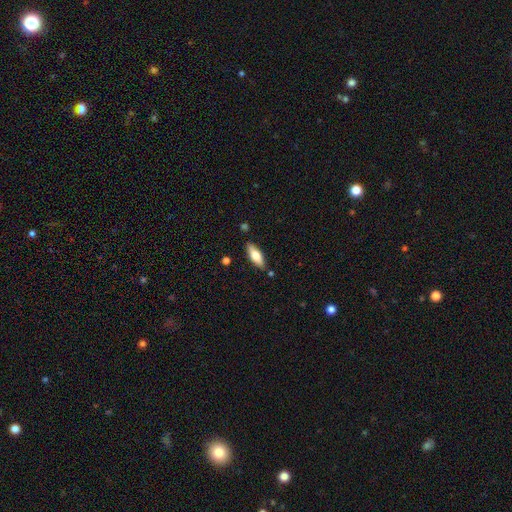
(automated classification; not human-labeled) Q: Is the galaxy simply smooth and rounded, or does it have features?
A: smooth — 66%.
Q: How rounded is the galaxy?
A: in between — 64%.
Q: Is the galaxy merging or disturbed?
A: none — 85%.